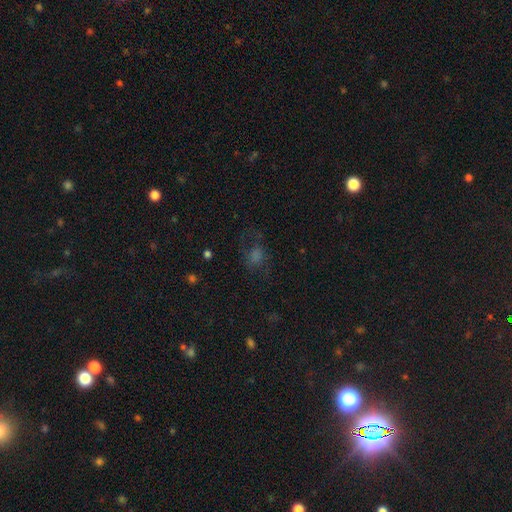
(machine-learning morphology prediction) type=smooth (48%); merging=none (53%).